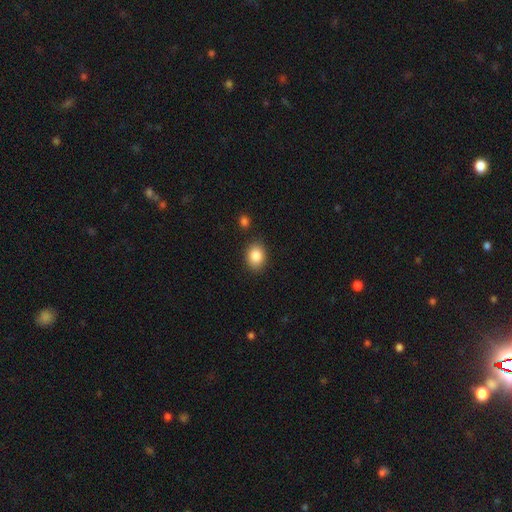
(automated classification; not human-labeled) This appears to be a smooth galaxy with no disk features (86%) that is in between round and cigar-shaped (57%). Merging: none (84%).